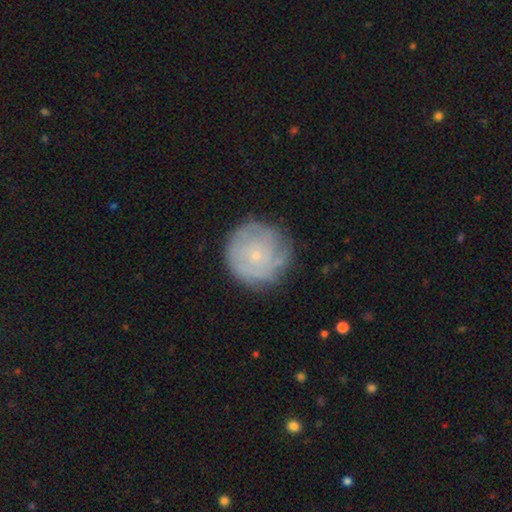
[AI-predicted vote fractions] This appears to be a featured or disk galaxy (51%). Merging: none (77%).